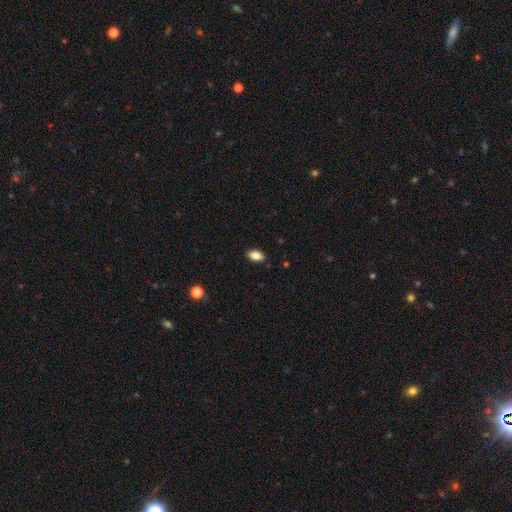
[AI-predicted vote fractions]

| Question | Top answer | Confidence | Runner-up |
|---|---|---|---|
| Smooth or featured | smooth | 84% | star or artifact (8%) |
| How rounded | in between | 90% | cigar-shaped (5%) |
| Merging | none | 87% | minor disturbance (9%) |